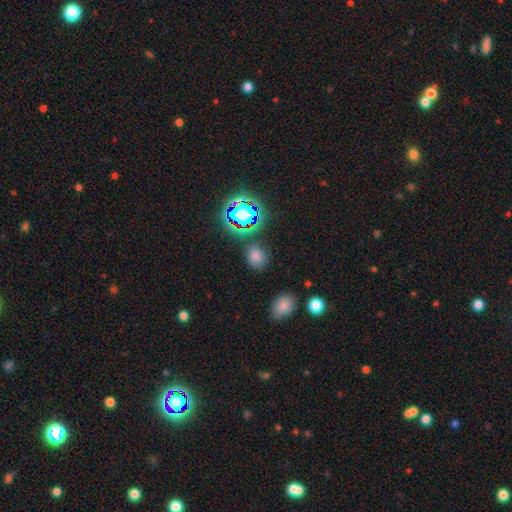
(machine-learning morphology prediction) This appears to be a smooth galaxy with no disk features (70%) that is round (57%). Merging: none (79%).